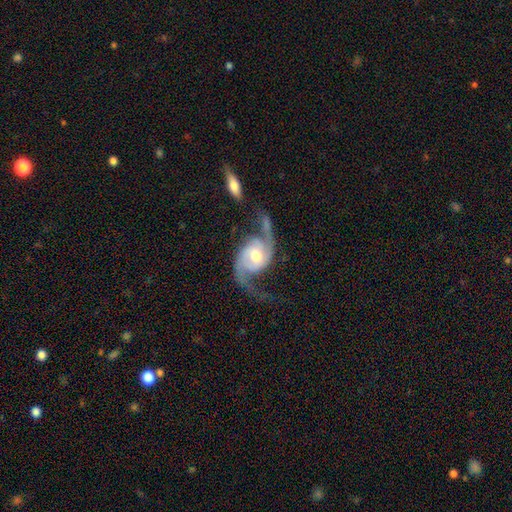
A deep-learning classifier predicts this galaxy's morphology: Smooth or featured? featured or disk (91%)
Edge-on disk? no (97%)
Bar? no (59%)
Spiral arms? yes (98%)
Spiral winding? loose (60%)
Spiral arm count? 2 (94%)
Bulge size? moderate (70%)
Merging? none (63%)